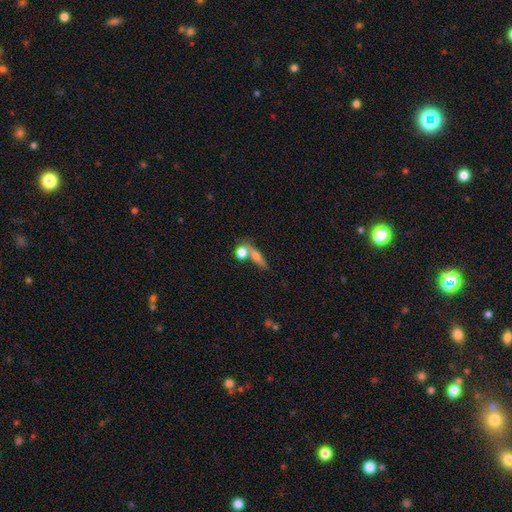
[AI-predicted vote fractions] Overall: smooth (57%; featured or disk 31%). How rounded: cigar-shaped (45%; in between 34%). Merging: none (50%; merger 30%).